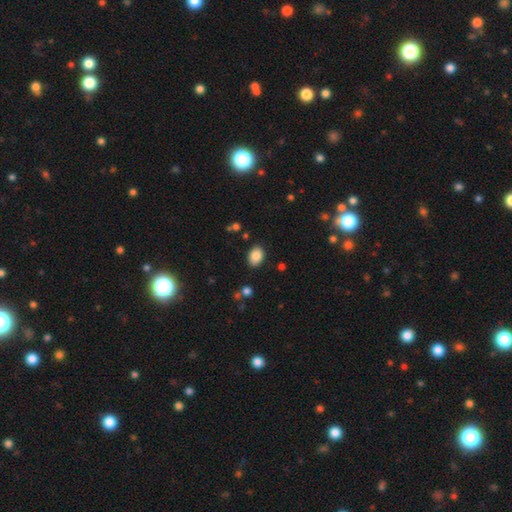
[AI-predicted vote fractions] Morphology: type=smooth (85%); roundness=in between (74%); merging=none (86%).